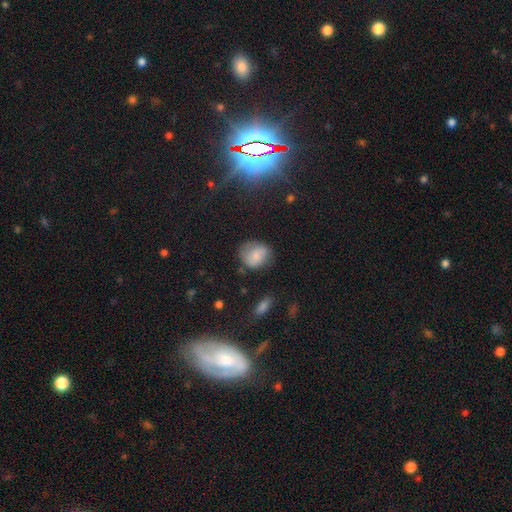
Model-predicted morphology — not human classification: smooth 74%, featured or disk 16%, star or artifact 9%. Down the decision tree: how rounded — round (61%); merging — none (61%).